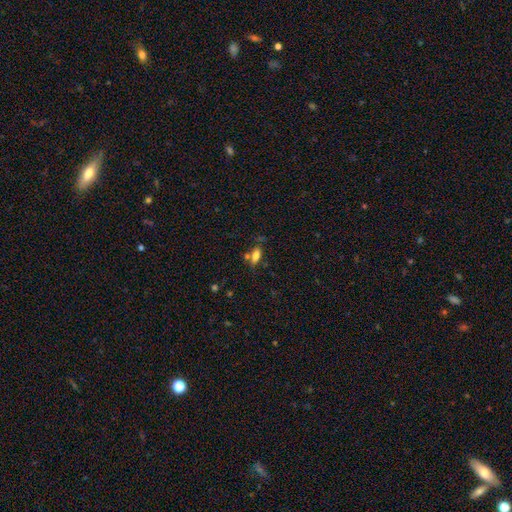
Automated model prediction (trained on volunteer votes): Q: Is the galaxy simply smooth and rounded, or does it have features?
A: smooth — 70%.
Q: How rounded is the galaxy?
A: in between — 78%.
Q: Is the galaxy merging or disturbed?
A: none — 61%.